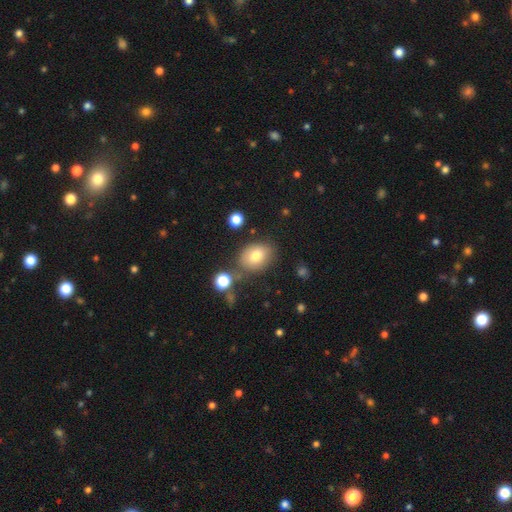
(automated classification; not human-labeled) Smooth or featured: smooth — 77% (featured or disk — 13%)
How rounded: in between — 58% (round — 41%)
Merging: none — 71% (minor disturbance — 16%)